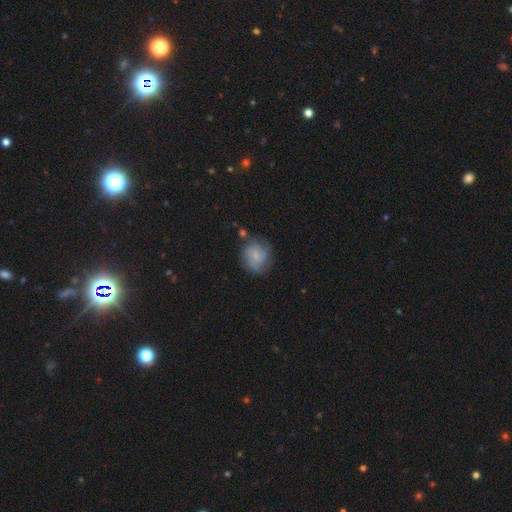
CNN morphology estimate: The model was most divided on "smooth or featured" (2-way tie): smooth: 46%, featured or disk: 46%, star or artifact: 8%. More confident: merging — none (64%).